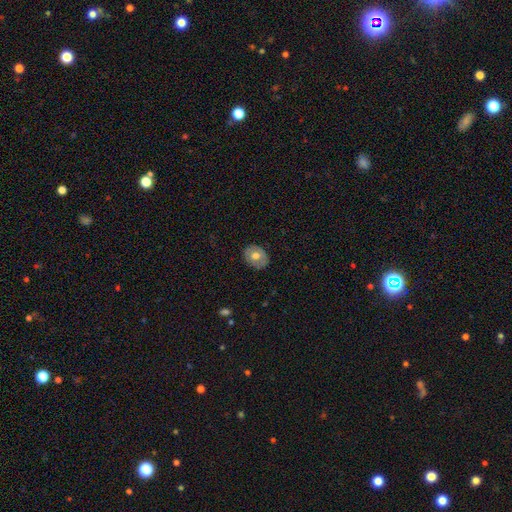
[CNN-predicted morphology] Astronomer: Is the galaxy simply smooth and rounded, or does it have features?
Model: smooth — 58% (runner-up: featured or disk, 35%).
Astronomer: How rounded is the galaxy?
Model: in between — 54% (runner-up: round, 45%).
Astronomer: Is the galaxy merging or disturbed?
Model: none — 83%.